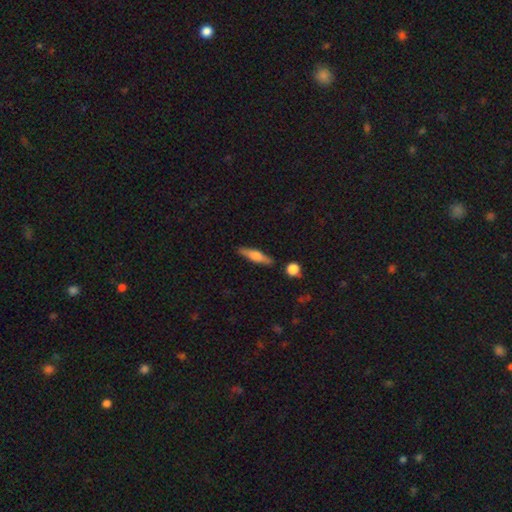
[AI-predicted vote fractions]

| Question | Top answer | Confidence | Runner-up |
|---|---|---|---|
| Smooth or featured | smooth | 53% | featured or disk (41%) |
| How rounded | cigar-shaped | 77% | in between (20%) |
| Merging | none | 85% | minor disturbance (9%) |